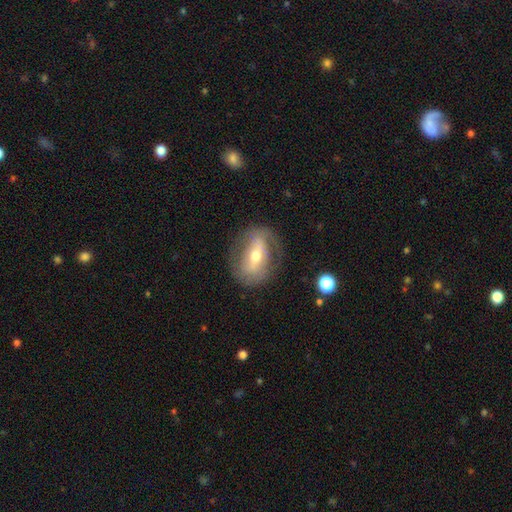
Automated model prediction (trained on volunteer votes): This appears to be a featured or disk galaxy (63%) with a strong bar (50%), spiral arms (51%) and a moderate central bulge (63%). Merging: none (74%).